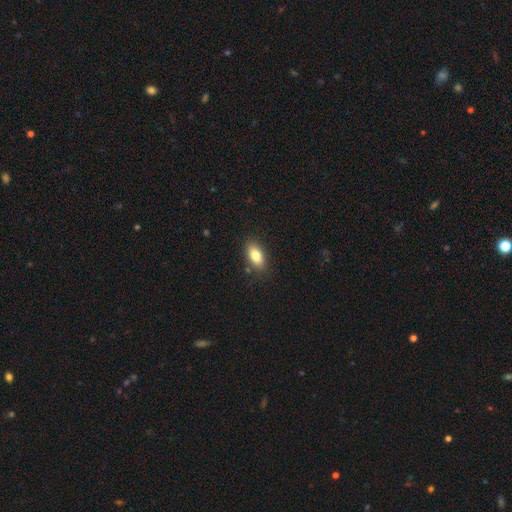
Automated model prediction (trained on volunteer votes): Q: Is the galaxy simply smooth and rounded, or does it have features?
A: smooth — 81%.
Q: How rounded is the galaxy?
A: in between — 89%.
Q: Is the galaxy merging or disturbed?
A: none — 84%.